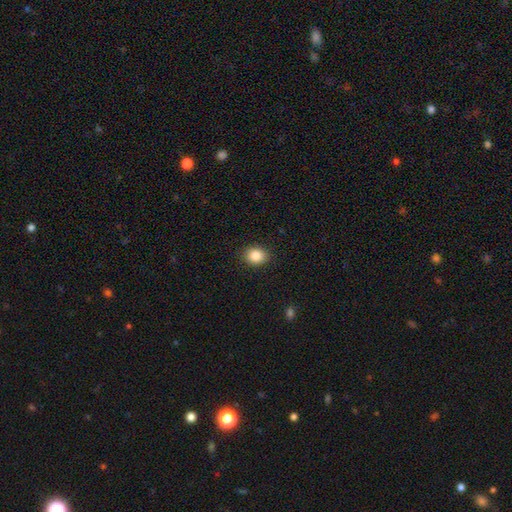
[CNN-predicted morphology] This is clearly a smooth galaxy (87%). How rounded: possibly round (58%). Merging: clearly none (89%).